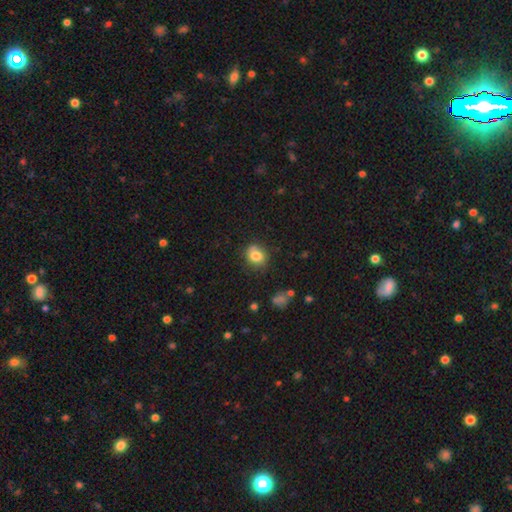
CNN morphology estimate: A smooth galaxy with no disk features (79%) that is round (62%). Merging: none (68%).